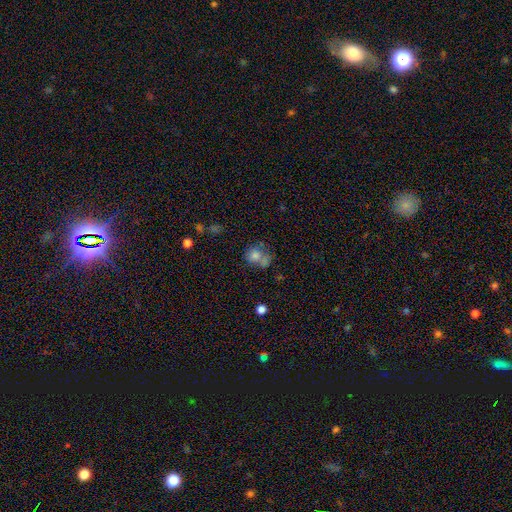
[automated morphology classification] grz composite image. It shows a smooth galaxy with no disk features (68%) that is round (78%). Merging: none (44%).